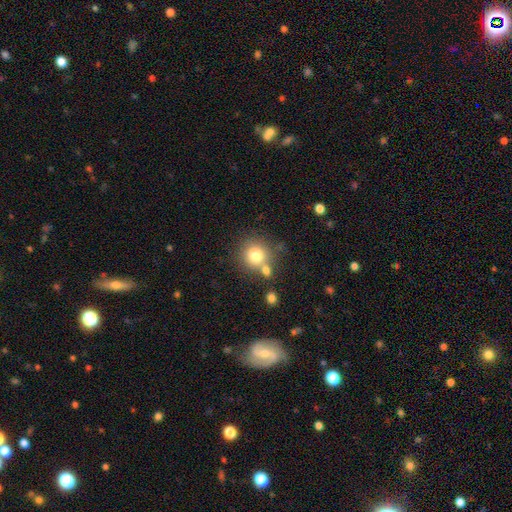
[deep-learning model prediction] This is likely a smooth galaxy (77%). How rounded: clearly round (85%). Merging: likely none (61%).